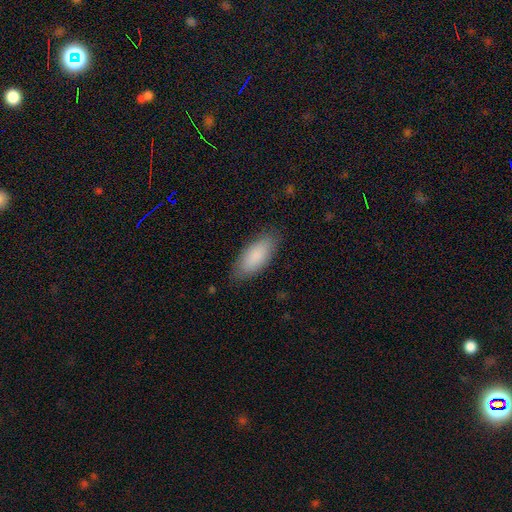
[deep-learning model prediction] The model was most divided on "merging": none: 82%, minor disturbance: 14%, major disturbance: 3%, merger: 1%. More confident: smooth or featured — smooth (86%); how rounded — in between (84%).